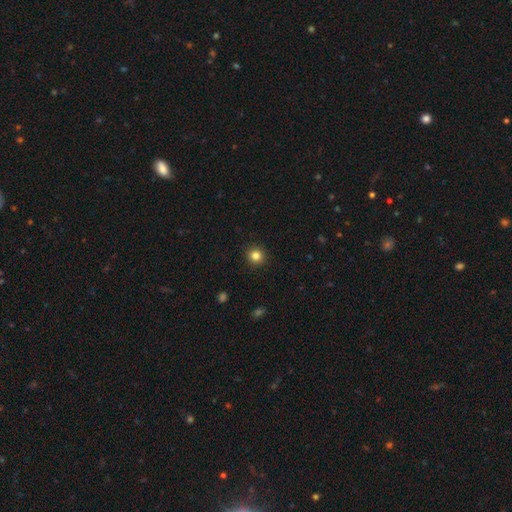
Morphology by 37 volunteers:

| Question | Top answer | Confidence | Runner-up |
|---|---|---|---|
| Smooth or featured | smooth | 84% | featured or disk (8%) |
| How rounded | round | 90% | in between (10%) |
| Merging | none | 88% | minor disturbance (9%) |